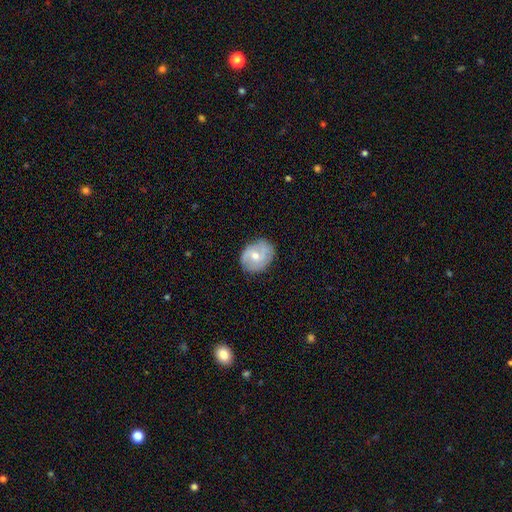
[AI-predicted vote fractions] smooth_or_featured: smooth (p=0.47) [alt: featured or disk p=0.46]
merging: none (p=0.73) [alt: minor disturbance p=0.20]